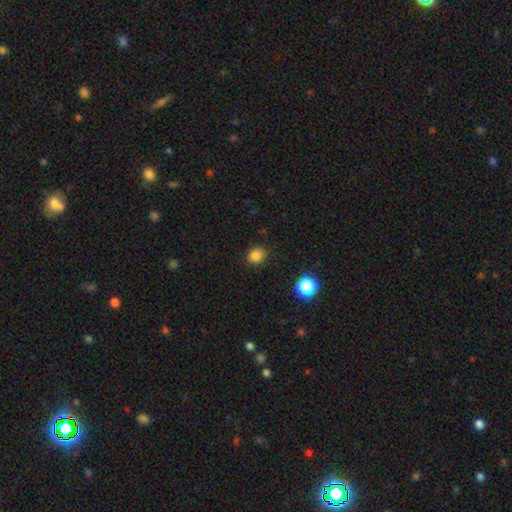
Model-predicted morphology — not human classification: A smooth galaxy with no disk features (82%) that is round (71%).

Vote fractions:
- Smooth or featured? smooth: 82% / star or artifact: 14% / featured or disk: 4%
- How rounded? round: 71% / in between: 28% / cigar-shaped: 1%
- Merging? none: 86% / minor disturbance: 10% / major disturbance: 3% / merger: 1%